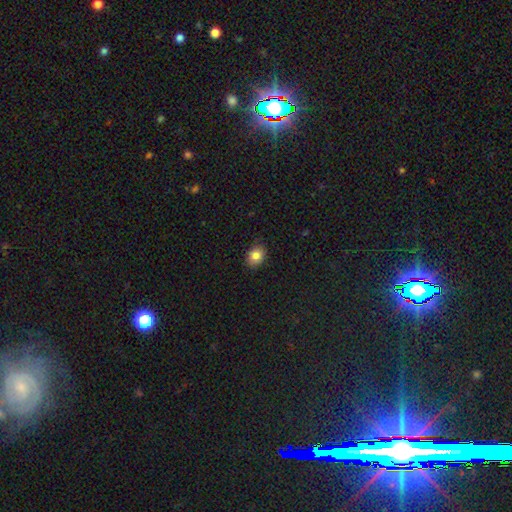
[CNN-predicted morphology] This is clearly a smooth galaxy (84%). How rounded: possibly in between (59%). Merging: clearly none (85%).